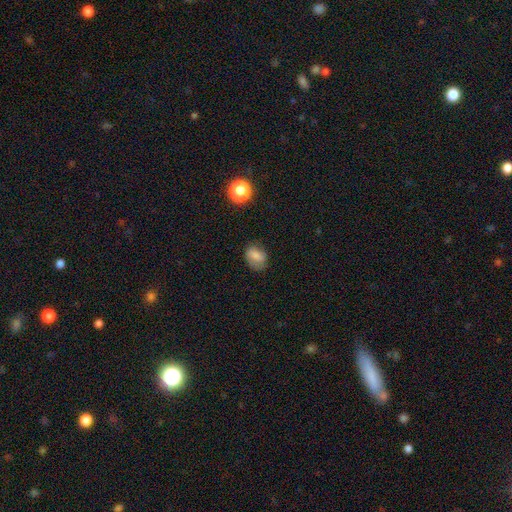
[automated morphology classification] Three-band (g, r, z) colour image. It shows a smooth galaxy with no disk features (72%) that is in between round and cigar-shaped (64%). Merging: none (70%).